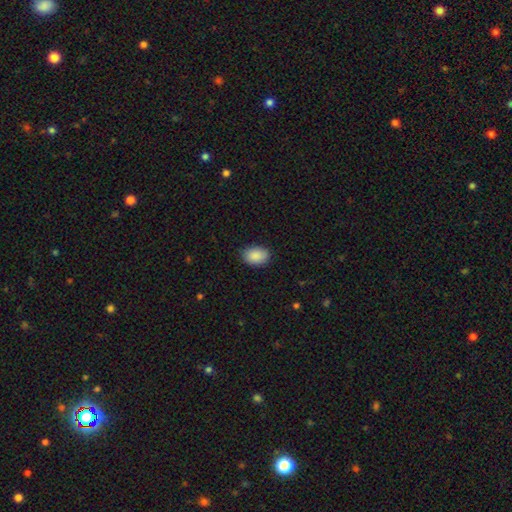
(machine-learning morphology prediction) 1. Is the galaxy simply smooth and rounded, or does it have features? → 89% smooth, 7% star or artifact, 4% featured or disk.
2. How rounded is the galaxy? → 81% in between, 18% round, 1% cigar-shaped.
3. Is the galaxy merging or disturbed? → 85% none, 12% minor disturbance, 2% major disturbance, 1% merger.